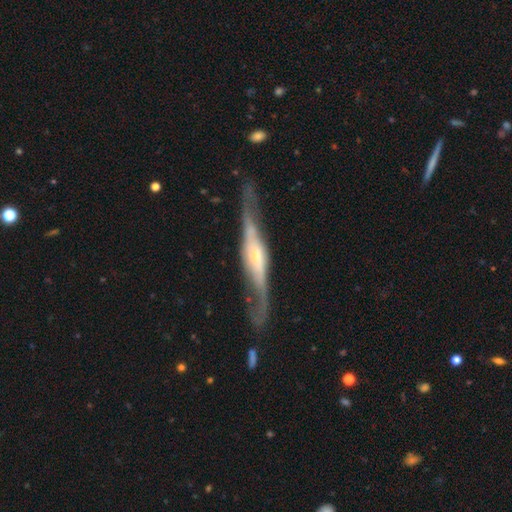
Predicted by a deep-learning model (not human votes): This appears to be a featured or disk galaxy (81%) viewed edge-on (74%) with a rounded central bulge (72%). Merging: none (71%).